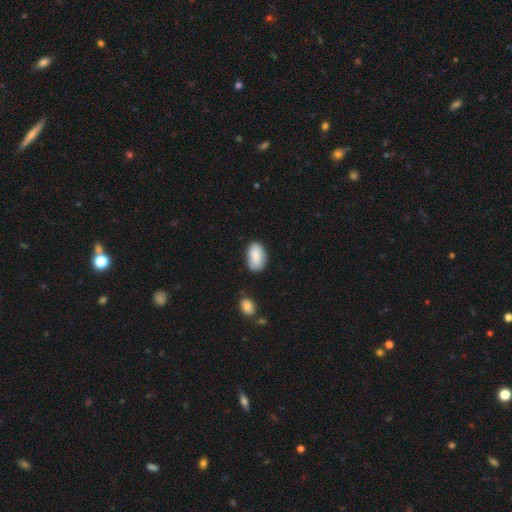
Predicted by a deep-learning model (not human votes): Smooth or featured? Predicted: smooth (p=0.86). How rounded? Predicted: in between (p=0.93). Merging? Predicted: none (p=0.67).